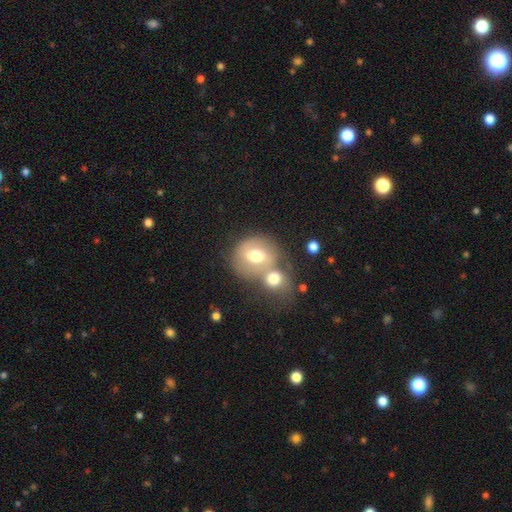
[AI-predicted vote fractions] The model was most divided on "merging": merger: 47%, none: 37%, minor disturbance: 10%, major disturbance: 6%. More confident: how rounded — round (76%); smooth or featured — smooth (59%).